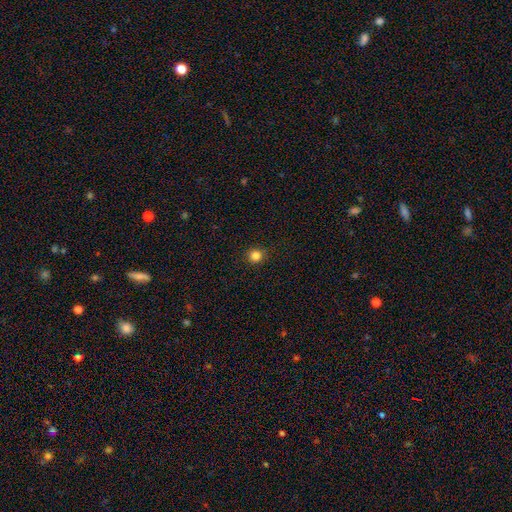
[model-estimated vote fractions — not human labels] Q: Smooth or featured?
A: smooth (84%); runner-up: star or artifact (13%)
Q: How rounded?
A: round (92%); runner-up: in between (7%)
Q: Merging?
A: none (92%); runner-up: minor disturbance (6%)